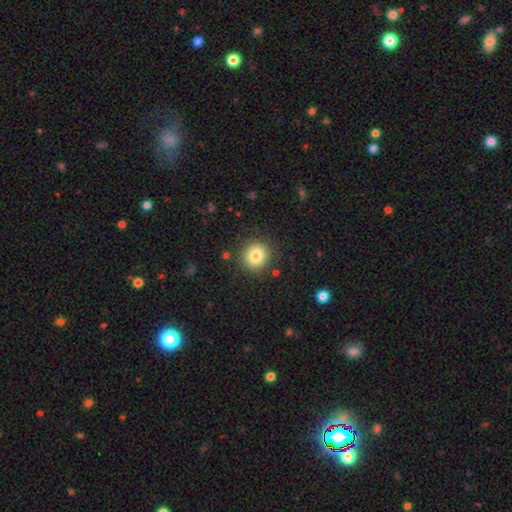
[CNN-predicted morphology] smooth 81%, star or artifact 11%, featured or disk 8%. Down the decision tree: how rounded — round (91%); merging — none (88%).